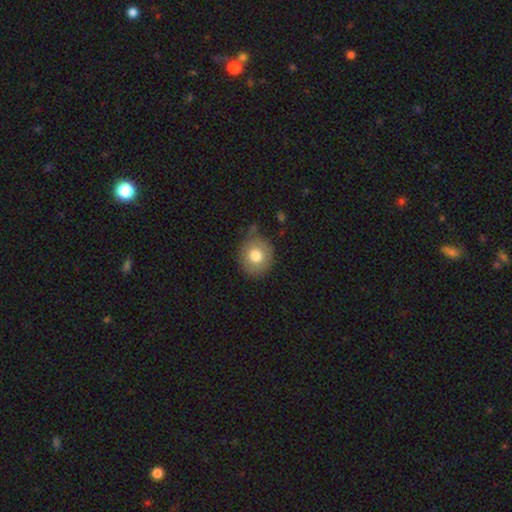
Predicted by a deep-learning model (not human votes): smooth_or_featured: smooth (p=0.77) [alt: featured or disk p=0.15]
how_rounded: round (p=0.81) [alt: in between p=0.18]
merging: none (p=0.74) [alt: minor disturbance p=0.19]